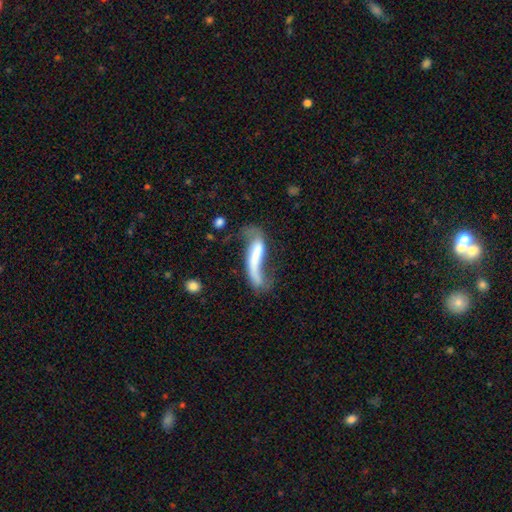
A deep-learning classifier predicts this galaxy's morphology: Smooth or featured?
  - featured or disk: 54% *
  - smooth: 39%
  - star or artifact: 8%
Edge-on disk?
  - no: 75% *
  - yes: 25%
Merging?
  - major disturbance: 41% *
  - none: 26%
  - minor disturbance: 19%
  - merger: 14%